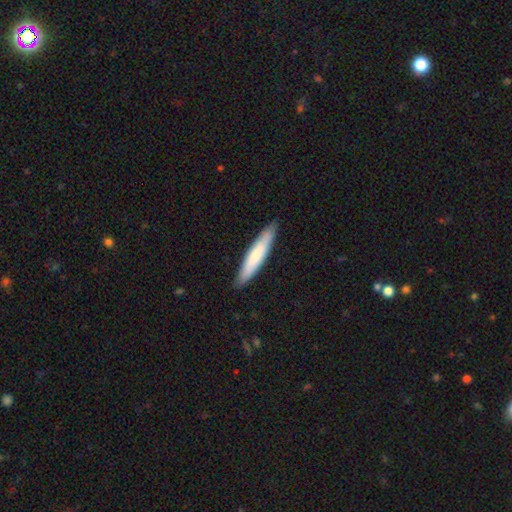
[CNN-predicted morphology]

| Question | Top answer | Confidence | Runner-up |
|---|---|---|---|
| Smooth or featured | smooth | 72% | featured or disk (24%) |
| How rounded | cigar-shaped | 90% | in between (9%) |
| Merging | none | 89% | minor disturbance (9%) |